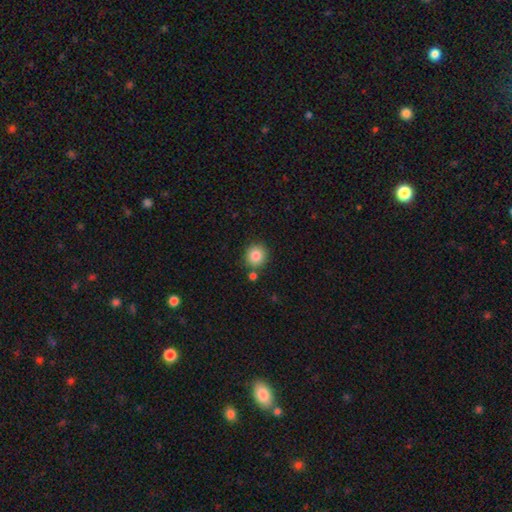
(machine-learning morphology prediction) The model was most divided on "merging": none: 82%, minor disturbance: 8%, merger: 8%, major disturbance: 2%. More confident: how rounded — round (89%); smooth or featured — smooth (85%).